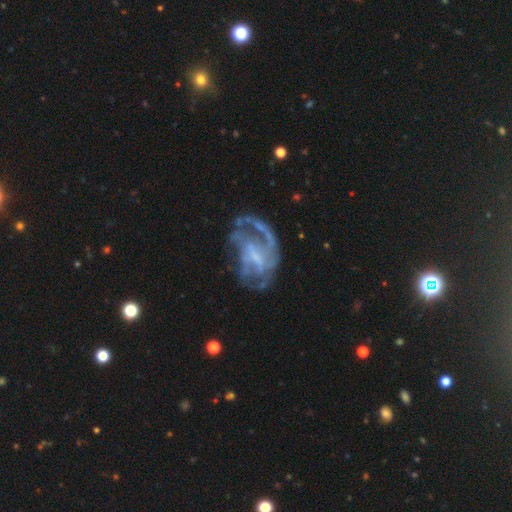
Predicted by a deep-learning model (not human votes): A featured or disk galaxy (80%) with a weak bar (45%), medium (40%) spiral arms (70%) and no central bulge (40%). Merging: major disturbance (39%).